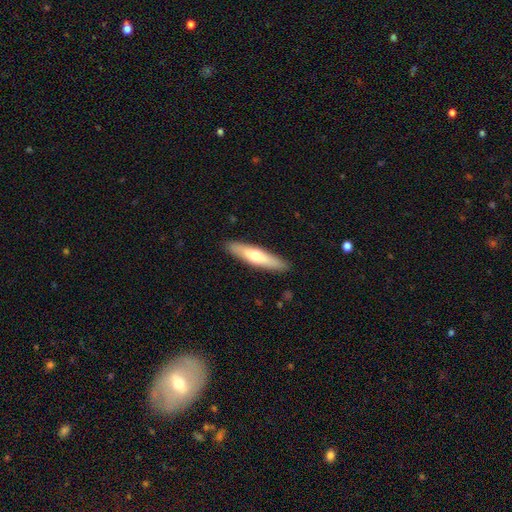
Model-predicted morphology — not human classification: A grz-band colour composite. It shows a smooth galaxy with no disk features (54%) that is cigar-shaped (82%). Merging: none (90%).